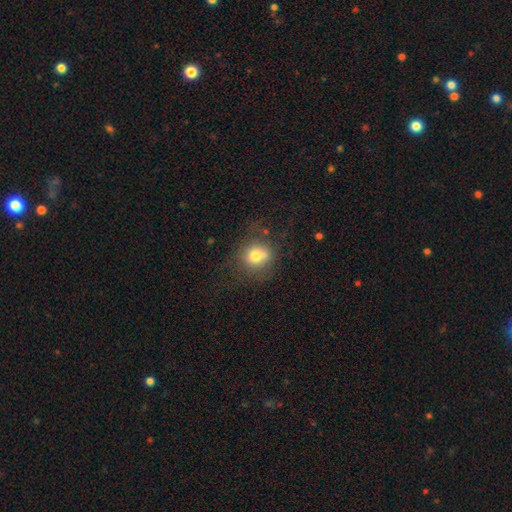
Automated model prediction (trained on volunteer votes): smooth 72%, featured or disk 16%, star or artifact 12%. Down the decision tree: how rounded — round (81%); merging — none (56%).